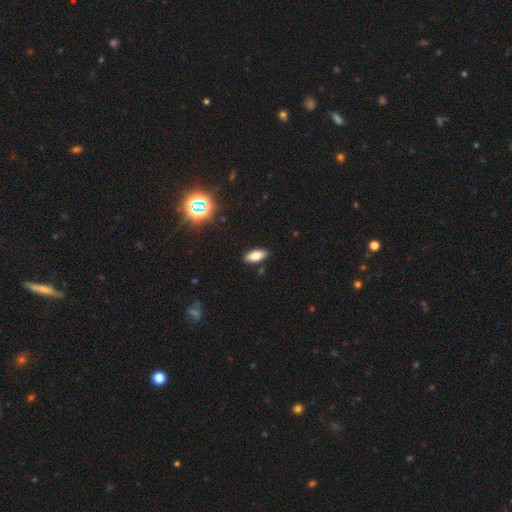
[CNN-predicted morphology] Q: Smooth or featured?
A: smooth (76%); runner-up: featured or disk (13%)
Q: How rounded?
A: in between (84%); runner-up: cigar-shaped (13%)
Q: Merging?
A: none (89%); runner-up: minor disturbance (8%)